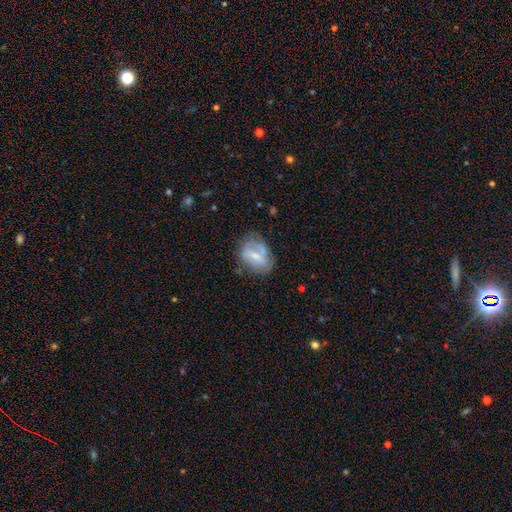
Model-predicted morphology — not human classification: type=featured or disk (50%); merging=none (57%).